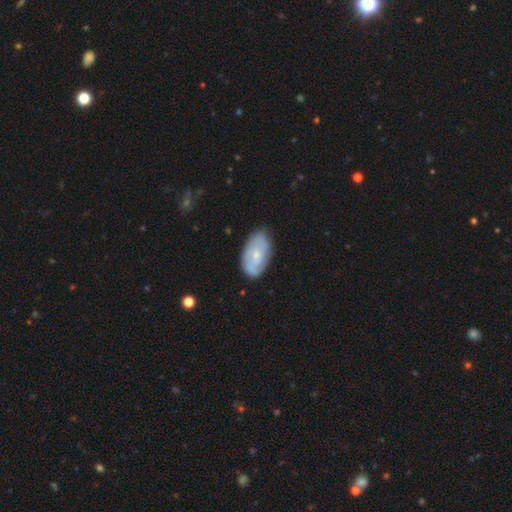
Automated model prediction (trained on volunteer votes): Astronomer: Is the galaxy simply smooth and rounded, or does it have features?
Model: featured or disk — 52% (runner-up: smooth, 42%).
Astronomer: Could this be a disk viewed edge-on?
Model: no — 94%.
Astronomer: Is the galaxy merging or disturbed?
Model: none — 72%.